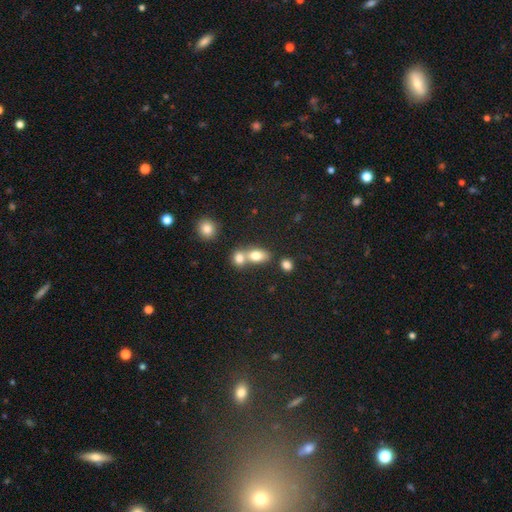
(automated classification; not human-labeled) This is likely a smooth galaxy (76%). How rounded: likely in between (76%). Merging: possibly merger (55%).